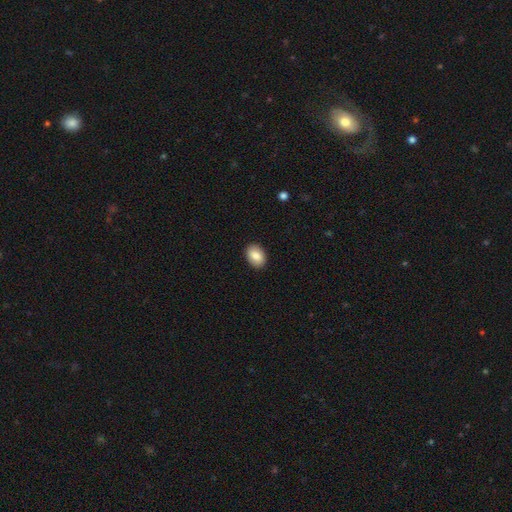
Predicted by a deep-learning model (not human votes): This is clearly a smooth galaxy (85%). How rounded: clearly in between (80%). Merging: clearly none (90%).